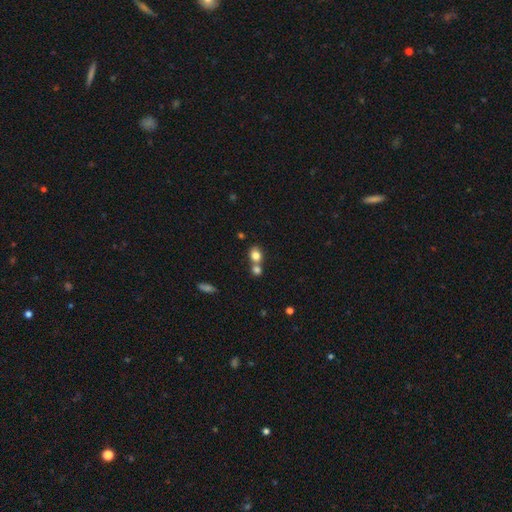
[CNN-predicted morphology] Smooth or featured: smooth — 80% (star or artifact — 11%)
How rounded: round — 57% (in between — 41%)
Merging: merger — 46% (none — 42%)